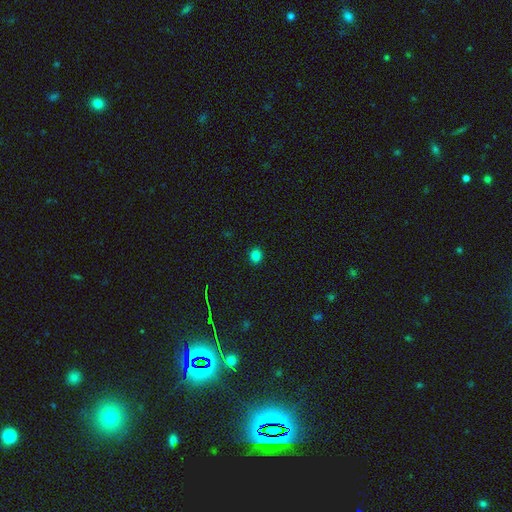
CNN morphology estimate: type=smooth (82%); roundness=round (80%); merging=none (91%).